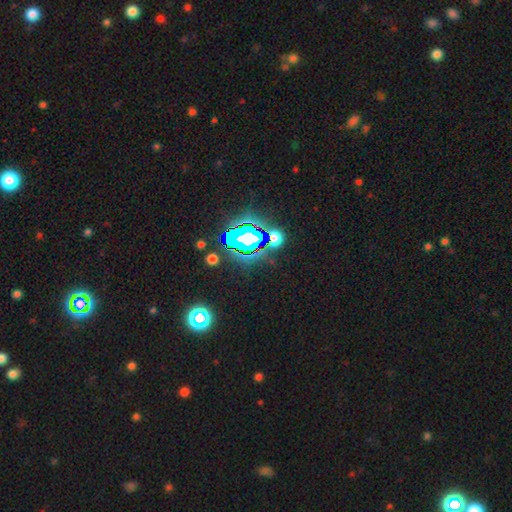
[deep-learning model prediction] This is clearly a star or artifact rather than a galaxy (83%).